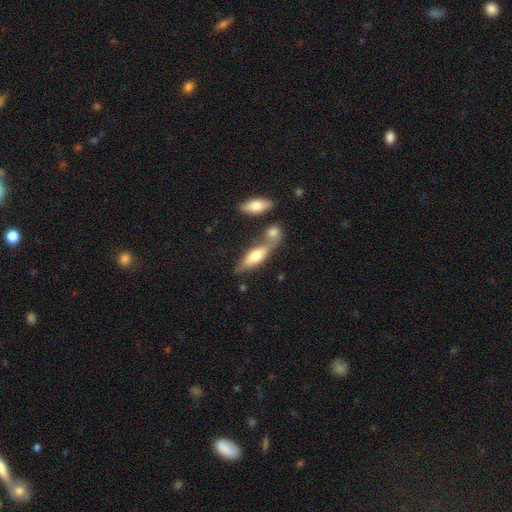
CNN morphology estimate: type=smooth (62%); roundness=in between (62%); merging=merger (42%).